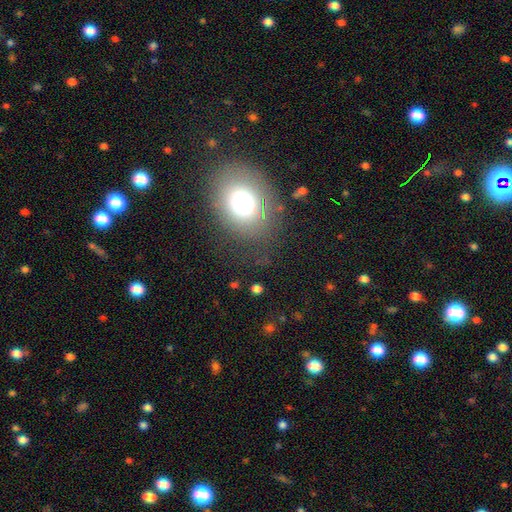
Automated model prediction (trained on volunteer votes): This is likely a smooth galaxy (68%). How rounded: possibly in between (57%). Merging: clearly none (82%).